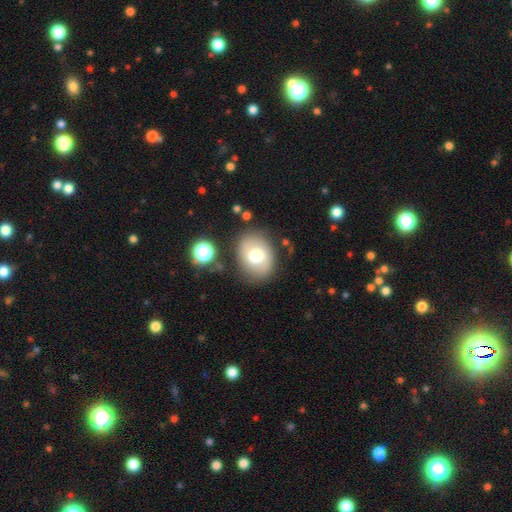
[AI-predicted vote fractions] The model was most divided on "how rounded": in between: 56%, round: 43%, cigar-shaped: 1%. More confident: merging — none (77%); smooth or featured — smooth (62%).